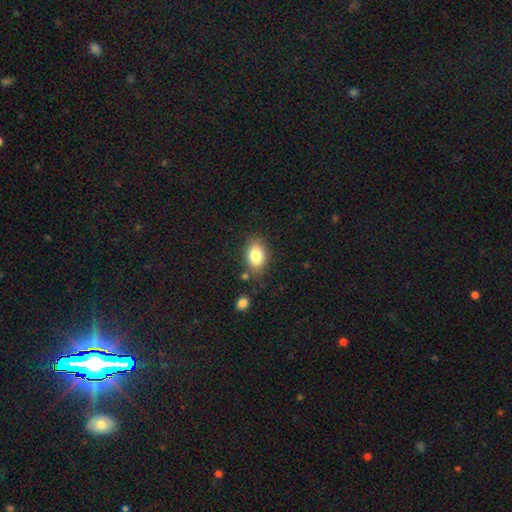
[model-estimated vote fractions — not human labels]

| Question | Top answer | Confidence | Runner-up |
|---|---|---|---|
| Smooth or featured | smooth | 84% | star or artifact (8%) |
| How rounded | in between | 84% | round (14%) |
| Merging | none | 78% | minor disturbance (14%) |